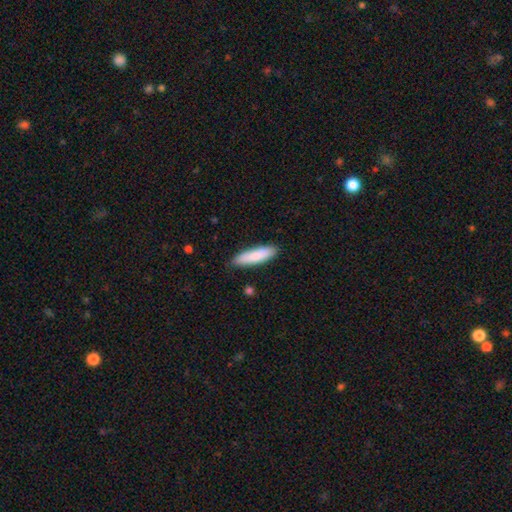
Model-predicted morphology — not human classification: smooth 85%, featured or disk 10%, star or artifact 5%. Down the decision tree: how rounded — cigar-shaped (62%); merging — none (87%).